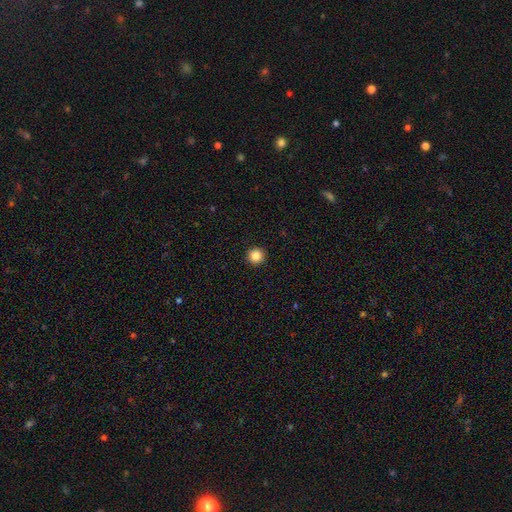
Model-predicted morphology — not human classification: A smooth galaxy with no disk features (85%) that is round (96%). Merging: none (94%).